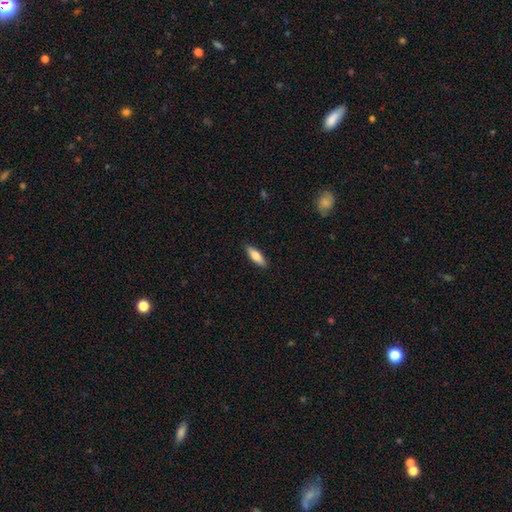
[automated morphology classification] Smooth or featured? smooth (73%)
How rounded? in between (49%, tied with cigar-shaped)
Merging? none (89%)